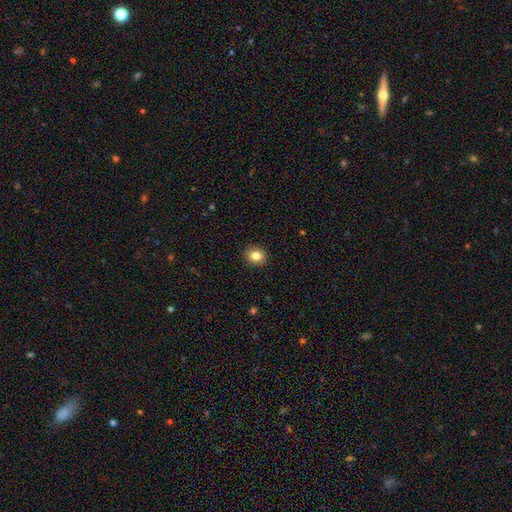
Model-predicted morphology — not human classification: A smooth galaxy with no disk features (84%) that is round (73%). Merging: none (92%).